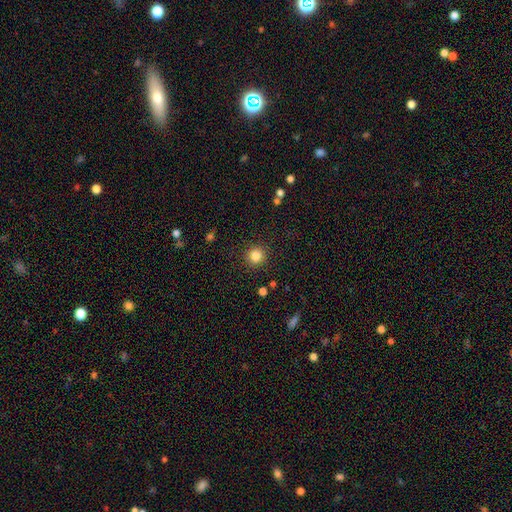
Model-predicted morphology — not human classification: This is clearly a smooth galaxy (84%). How rounded: clearly round (94%). Merging: clearly none (91%).